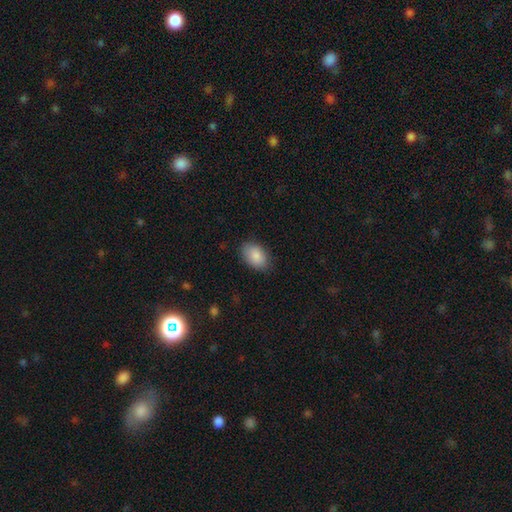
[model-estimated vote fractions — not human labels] Smooth or featured: smooth — 87% (star or artifact — 7%)
How rounded: in between — 89% (round — 10%)
Merging: none — 82% (minor disturbance — 14%)